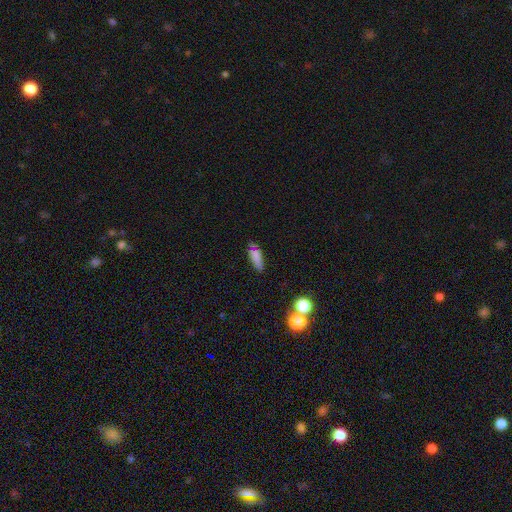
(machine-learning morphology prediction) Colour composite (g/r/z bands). It shows a smooth galaxy with no disk features (76%) that is in between round and cigar-shaped (51%). Merging: none (56%).